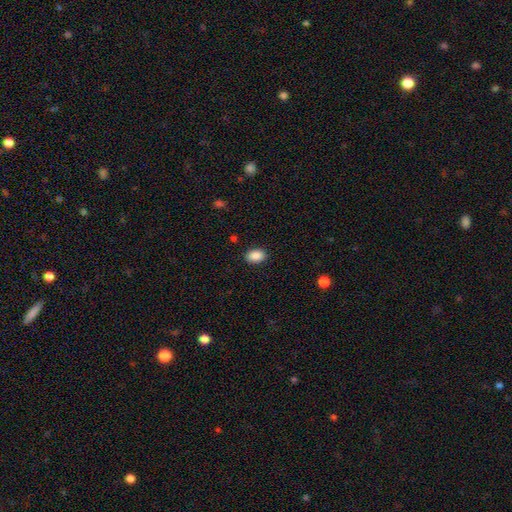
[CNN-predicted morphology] smooth 89%, star or artifact 8%, featured or disk 3%. Down the decision tree: how rounded — in between (83%); merging — none (89%).